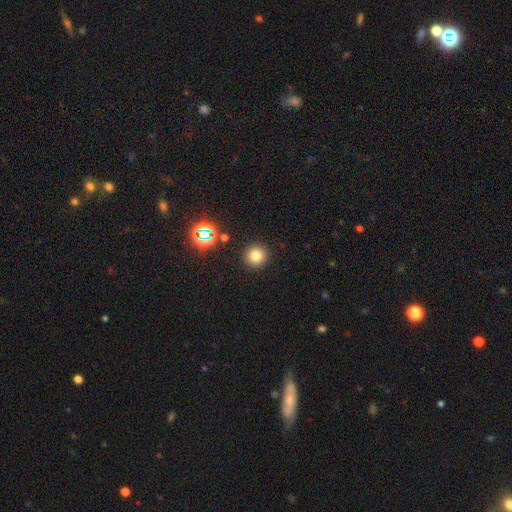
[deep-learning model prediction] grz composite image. It shows a smooth galaxy with no disk features (75%) that is round (95%). Merging: none (90%).